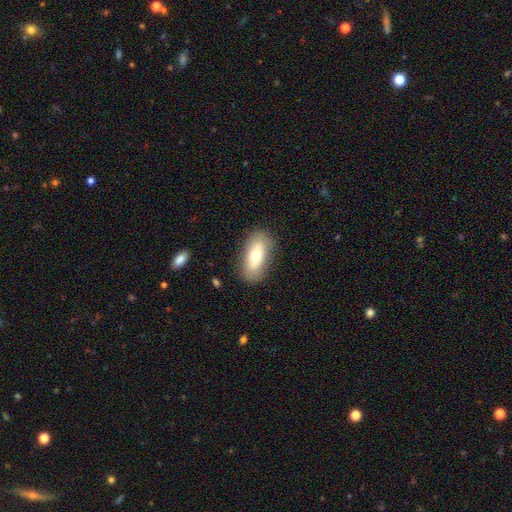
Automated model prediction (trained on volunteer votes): This is likely a smooth galaxy (65%). How rounded: clearly in between (87%). Merging: clearly none (84%).